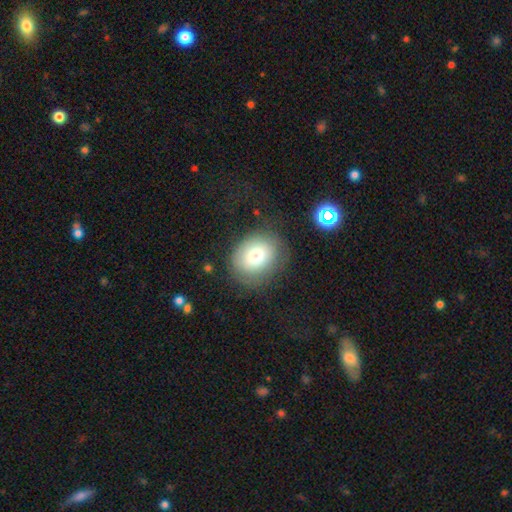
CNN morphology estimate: smooth 74%, featured or disk 16%, star or artifact 11%. Down the decision tree: how rounded — round (56%); merging — none (73%).